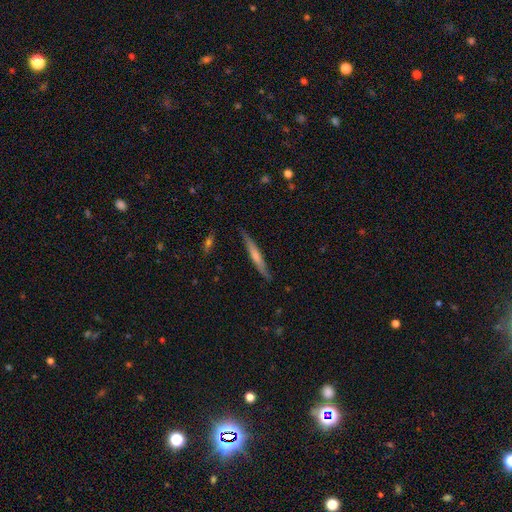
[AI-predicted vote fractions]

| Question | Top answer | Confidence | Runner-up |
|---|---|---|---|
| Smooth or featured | smooth | 52% | featured or disk (43%) |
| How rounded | cigar-shaped | 95% | in between (4%) |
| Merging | none | 82% | minor disturbance (14%) |